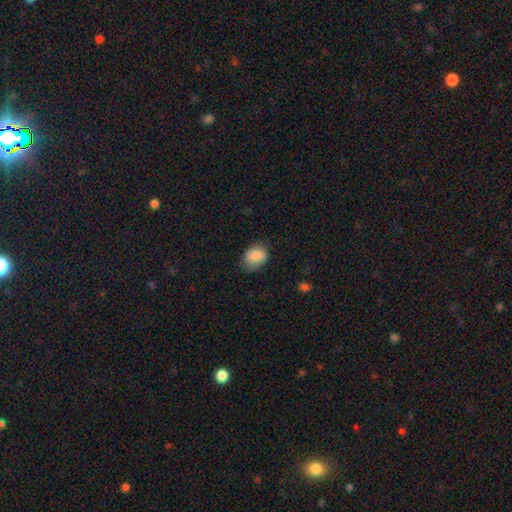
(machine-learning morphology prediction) Smooth or featured?
  - smooth: 86% *
  - star or artifact: 7%
  - featured or disk: 7%
How rounded?
  - in between: 70% *
  - round: 29%
  - cigar-shaped: 1%
Merging?
  - none: 71% *
  - minor disturbance: 23%
  - major disturbance: 5%
  - merger: 1%